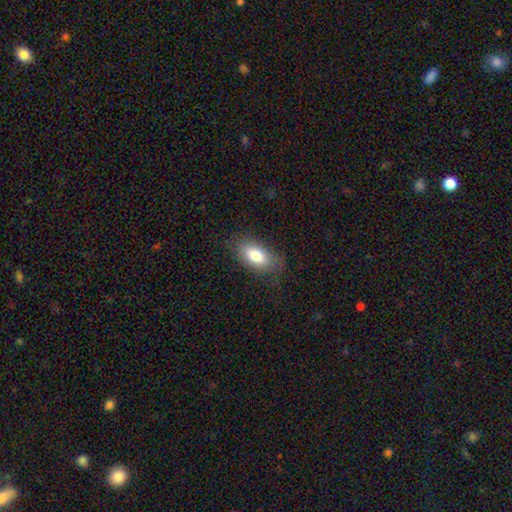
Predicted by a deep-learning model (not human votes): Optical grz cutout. It shows a smooth galaxy with no disk features (79%) that is in between round and cigar-shaped (91%). Merging: none (77%).